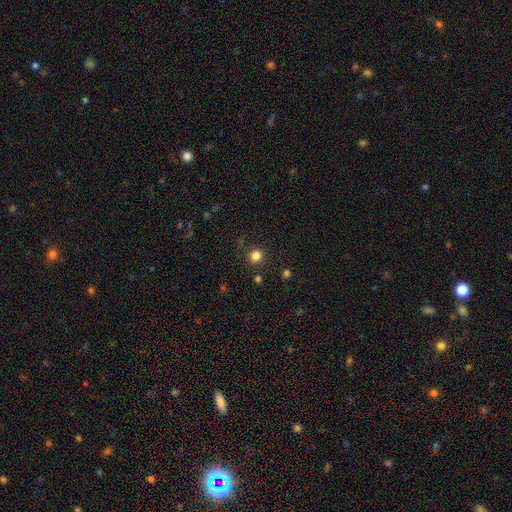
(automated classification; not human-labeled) Overall: smooth (82%). How rounded: round (92%). Merging: none (88%).